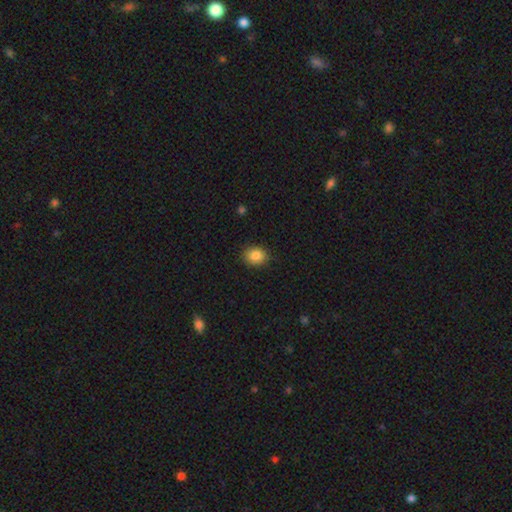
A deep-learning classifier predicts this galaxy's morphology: Overall: smooth (86%). How rounded: round (57%; in between 42%). Merging: none (86%).